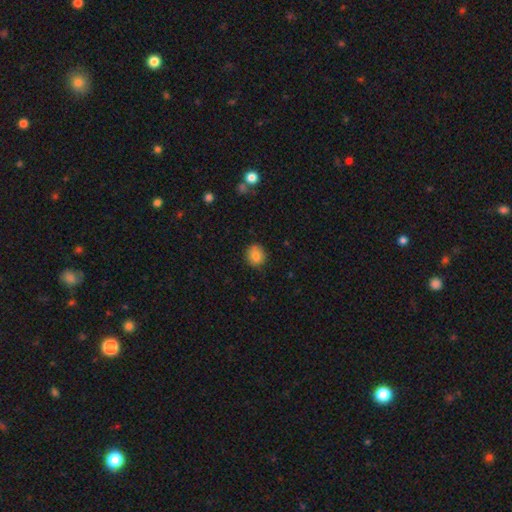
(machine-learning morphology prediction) A smooth galaxy with no disk features (83%) that is round (85%).

Vote fractions:
- Smooth or featured? smooth: 83% / star or artifact: 10% / featured or disk: 7%
- How rounded? round: 85% / in between: 14% / cigar-shaped: 1%
- Merging? none: 86% / minor disturbance: 10% / major disturbance: 2% / merger: 1%